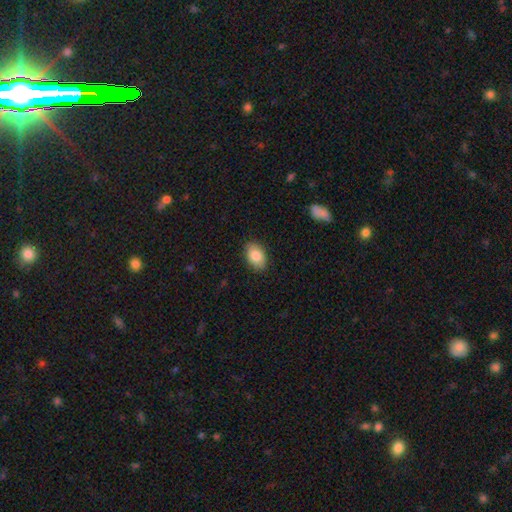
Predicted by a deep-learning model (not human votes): smooth-or-featured: smooth: 85% | featured or disk: 8% | star or artifact: 7%
  how-rounded: in between: 87% | round: 11% | cigar-shaped: 1%
  merging: none: 87% | minor disturbance: 9% | major disturbance: 2% | merger: 1%